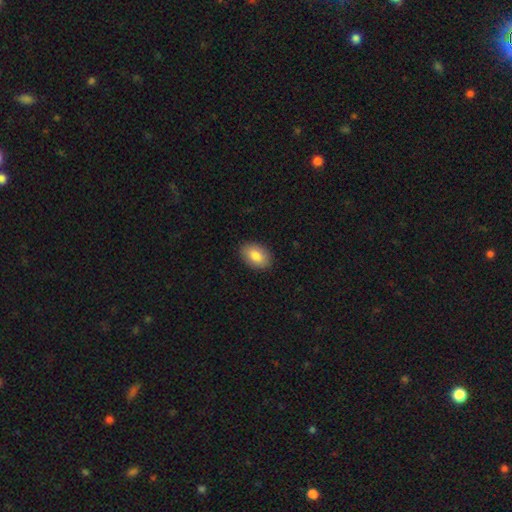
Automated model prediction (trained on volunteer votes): Smooth or featured: smooth — 84% (featured or disk — 9%)
How rounded: in between — 90% (round — 9%)
Merging: none — 89% (minor disturbance — 8%)